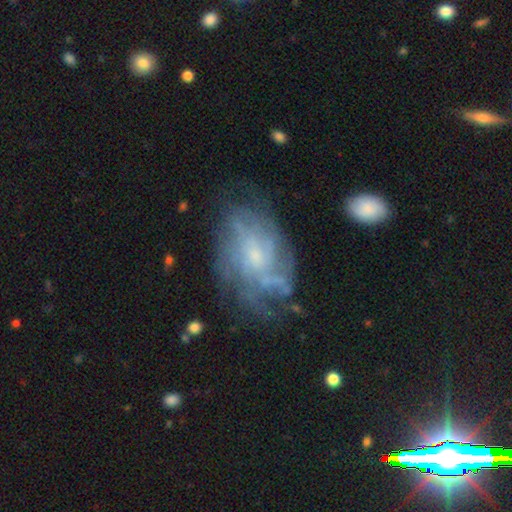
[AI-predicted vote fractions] This is likely a featured or disk galaxy (77%). It is clearly not viewed edge-on (96%). Bar: likely no (71%). Spiral arm pattern: clearly yes (85%). Spiral arm count: possibly can't tell (51%). Spiral winding: possibly tight (51%). Central bulge: likely small (67%). Merging: likely none (63%).